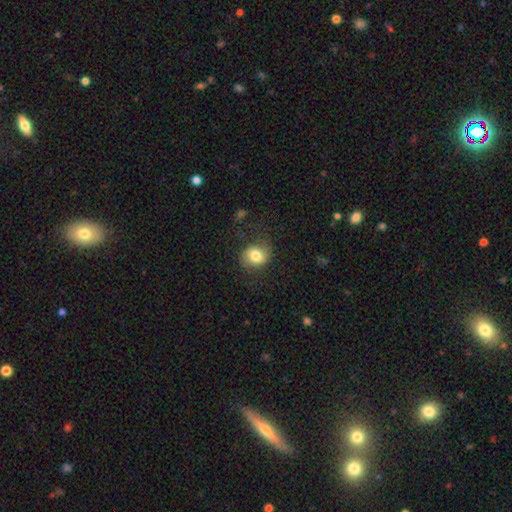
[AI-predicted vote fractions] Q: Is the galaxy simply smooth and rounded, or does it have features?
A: smooth — 74%.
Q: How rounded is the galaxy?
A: round — 59%.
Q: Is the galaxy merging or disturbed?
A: none — 68%.